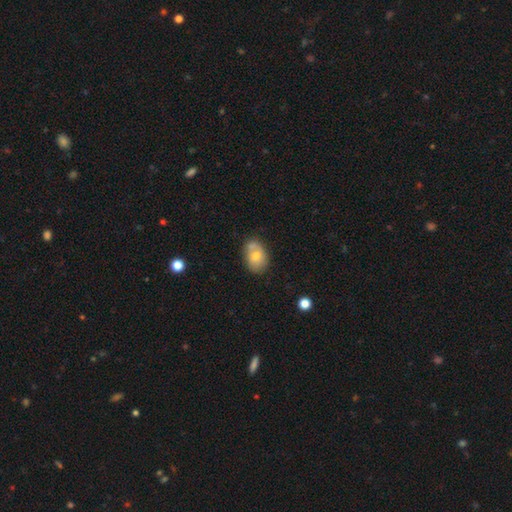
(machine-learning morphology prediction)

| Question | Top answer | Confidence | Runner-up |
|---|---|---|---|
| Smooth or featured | smooth | 71% | featured or disk (21%) |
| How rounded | in between | 79% | round (20%) |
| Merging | none | 52% | merger (24%) |